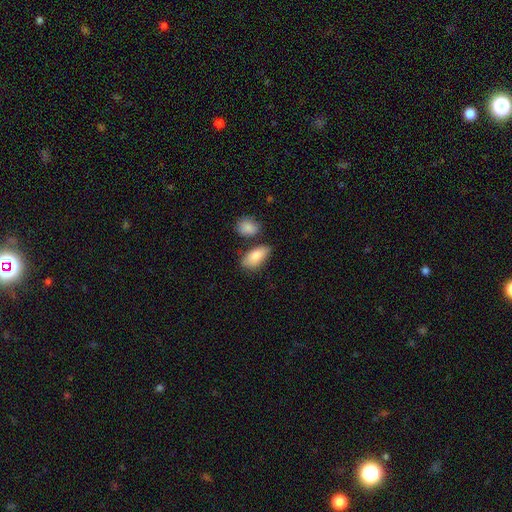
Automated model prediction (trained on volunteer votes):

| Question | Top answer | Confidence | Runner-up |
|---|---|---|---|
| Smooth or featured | smooth | 84% | featured or disk (10%) |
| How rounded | in between | 91% | cigar-shaped (6%) |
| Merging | none | 68% | minor disturbance (17%) |